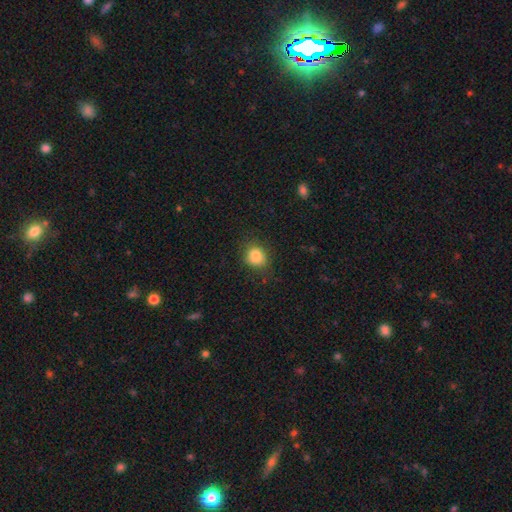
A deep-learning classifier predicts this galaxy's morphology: Q: Smooth or featured?
A: smooth (84%); runner-up: star or artifact (10%)
Q: How rounded?
A: round (73%); runner-up: in between (26%)
Q: Merging?
A: none (77%); runner-up: minor disturbance (17%)